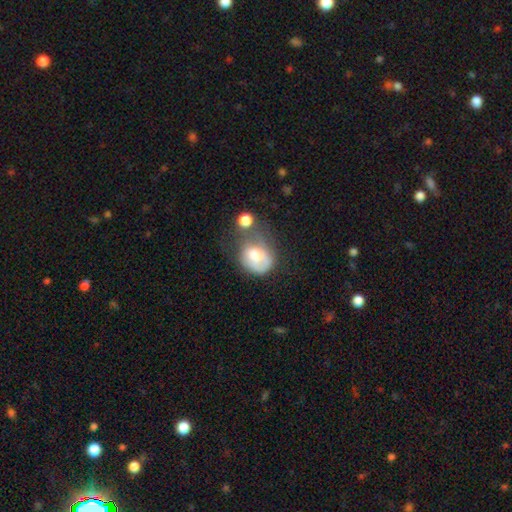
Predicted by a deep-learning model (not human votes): Smooth or featured? Predicted: smooth (p=0.62). How rounded? Predicted: round (p=0.51). Merging? Predicted: major disturbance (p=0.32).